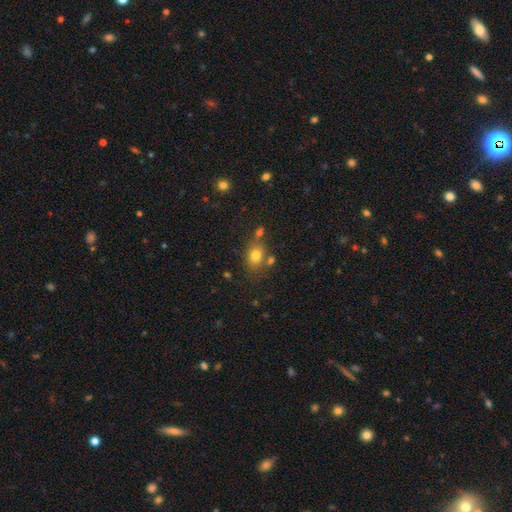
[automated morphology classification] The model was most divided on "how rounded": in between: 58%, round: 41%, cigar-shaped: 1%. More confident: smooth or featured — smooth (77%); merging — none (65%).